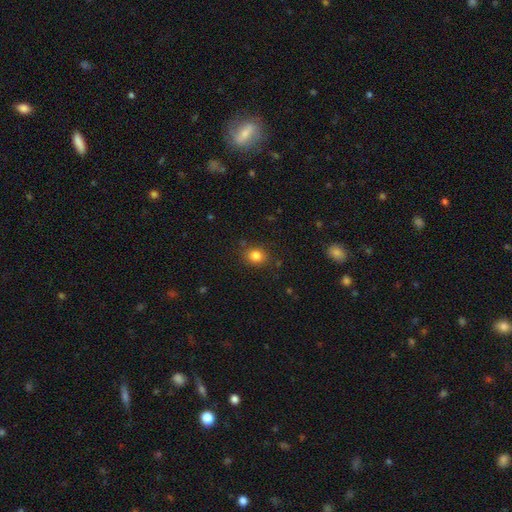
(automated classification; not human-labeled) The model was most divided on "how rounded": round: 61%, in between: 38%, cigar-shaped: 1%. More confident: merging — none (84%); smooth or featured — smooth (83%).